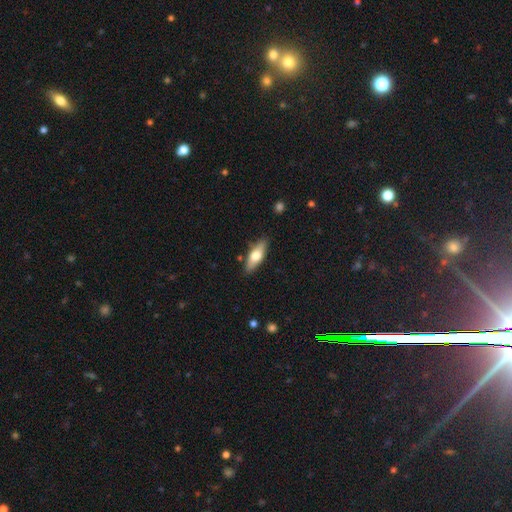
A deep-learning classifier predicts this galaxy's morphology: smooth_or_featured: smooth (p=0.61) [alt: featured or disk p=0.33]
how_rounded: in between (p=0.60) [alt: cigar-shaped p=0.37]
merging: none (p=0.85) [alt: minor disturbance p=0.11]